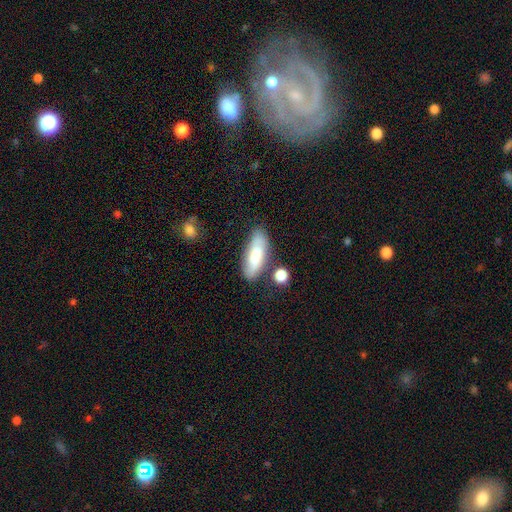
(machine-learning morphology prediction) Smooth or featured? Predicted: smooth (p=0.74). How rounded? Predicted: in between (p=0.65). Merging? Predicted: none (p=0.71).